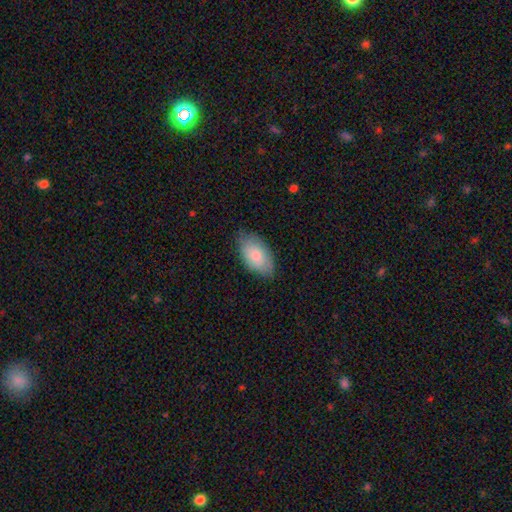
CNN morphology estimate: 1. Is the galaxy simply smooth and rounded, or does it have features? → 81% smooth, 14% featured or disk, 6% star or artifact.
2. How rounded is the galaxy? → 95% in between, 3% round, 2% cigar-shaped.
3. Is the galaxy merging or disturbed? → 76% none, 20% minor disturbance, 4% major disturbance, 1% merger.